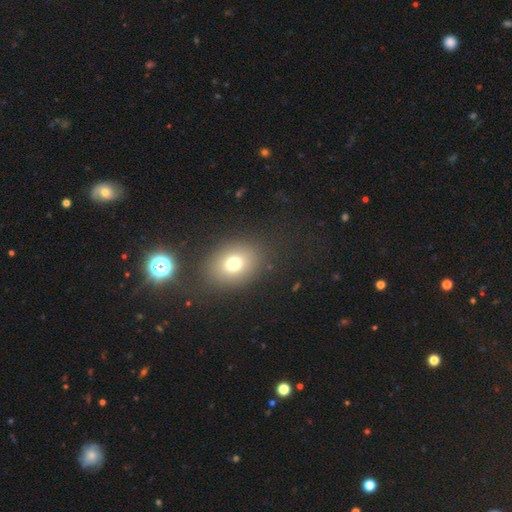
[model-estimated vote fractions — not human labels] Q: Smooth or featured?
A: smooth (64%); runner-up: star or artifact (26%)
Q: How rounded?
A: in between (54%); runner-up: round (45%)
Q: Merging?
A: none (83%); runner-up: minor disturbance (9%)